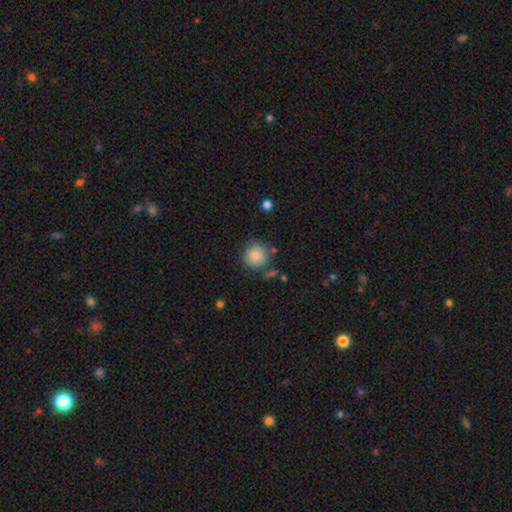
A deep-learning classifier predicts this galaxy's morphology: Smooth or featured? Predicted: smooth (p=0.87). How rounded? Predicted: round (p=0.92). Merging? Predicted: none (p=0.78).